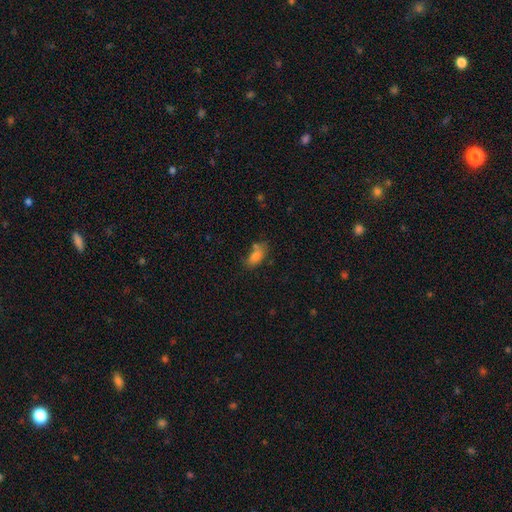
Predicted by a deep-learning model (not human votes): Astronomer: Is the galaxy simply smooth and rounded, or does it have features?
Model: smooth — 79%.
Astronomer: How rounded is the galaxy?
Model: in between — 86%.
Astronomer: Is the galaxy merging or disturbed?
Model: none — 53%.